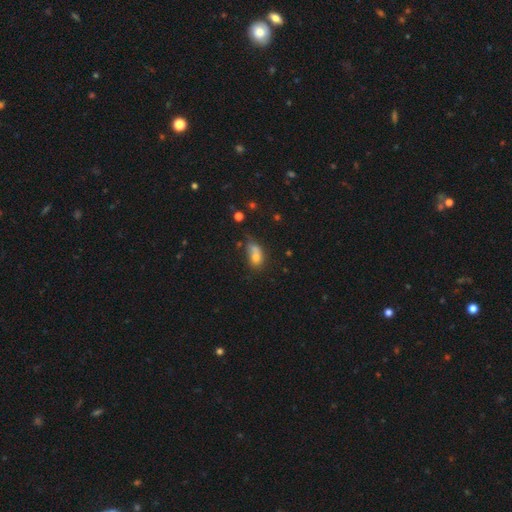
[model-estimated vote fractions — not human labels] Morphology: type=smooth (71%); roundness=in between (77%); merging=merger (30%, tied with none).